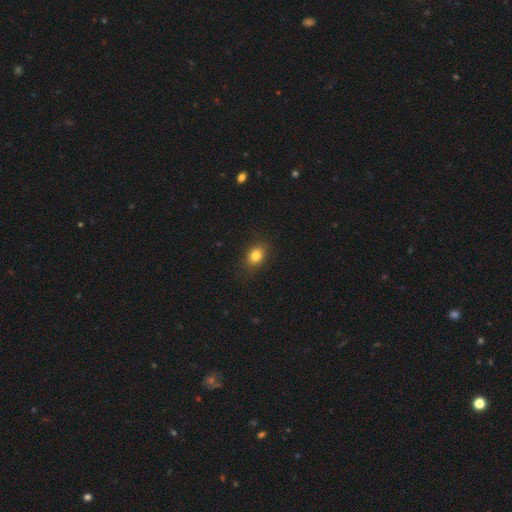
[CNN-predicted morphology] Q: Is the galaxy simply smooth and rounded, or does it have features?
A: smooth — 81%.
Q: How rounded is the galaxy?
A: in between — 64%.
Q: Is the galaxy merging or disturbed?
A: none — 86%.